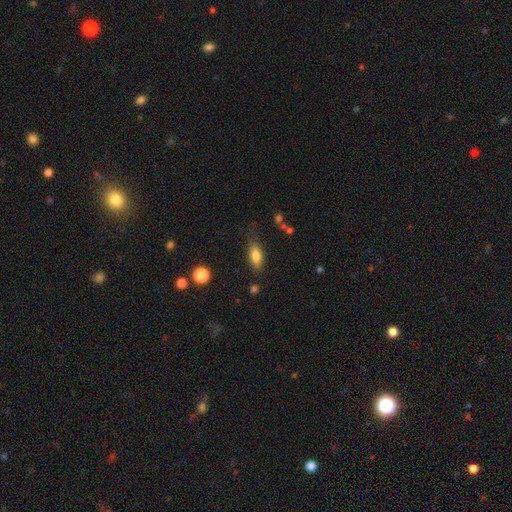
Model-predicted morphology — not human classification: Smooth or featured? smooth (77%)
How rounded? in between (75%)
Merging? none (75%)